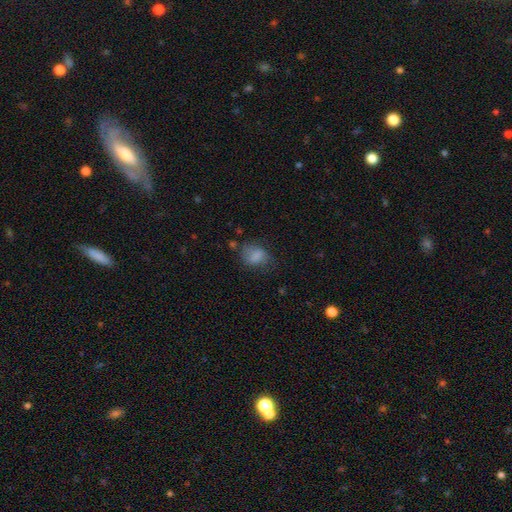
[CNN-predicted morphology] A smooth galaxy with no disk features (78%) that is in between round and cigar-shaped (60%).

Vote fractions:
- Smooth or featured? smooth: 78% / featured or disk: 11% / star or artifact: 10%
- How rounded? in between: 60% / round: 39% / cigar-shaped: 1%
- Merging? none: 54% / minor disturbance: 28% / major disturbance: 14% / merger: 3%